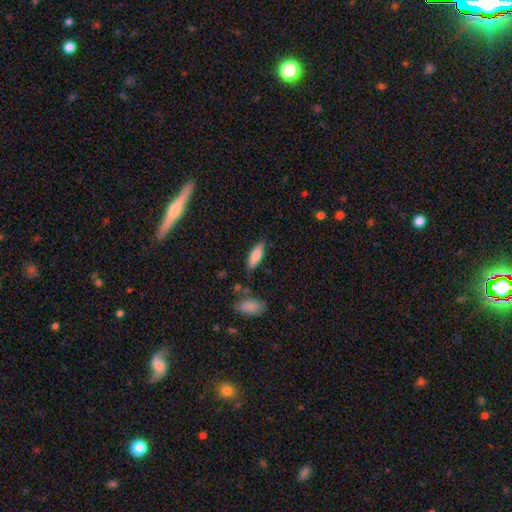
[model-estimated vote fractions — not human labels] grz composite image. It shows a smooth galaxy with no disk features (81%) that is in between round and cigar-shaped (55%). Merging: none (81%).